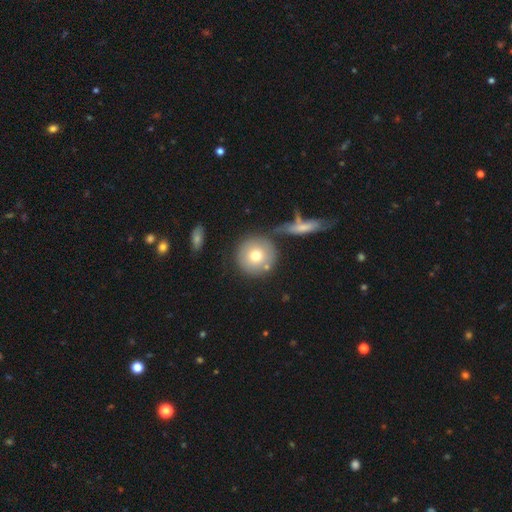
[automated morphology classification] Smooth or featured: smooth — 72% (featured or disk — 20%)
How rounded: round — 94% (in between — 5%)
Merging: none — 72% (merger — 13%)